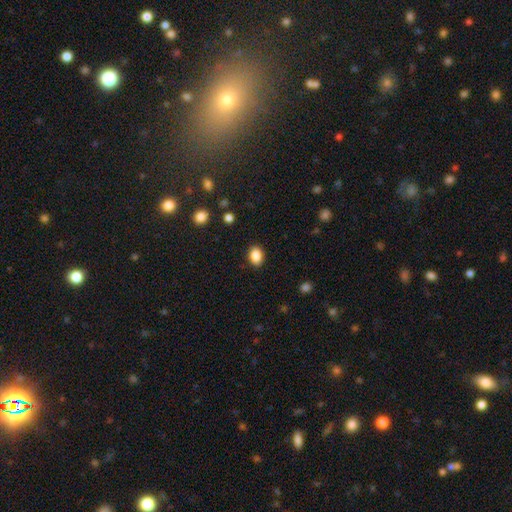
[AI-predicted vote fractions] Q: Smooth or featured?
A: smooth (88%); runner-up: star or artifact (8%)
Q: How rounded?
A: in between (76%); runner-up: round (23%)
Q: Merging?
A: none (89%); runner-up: minor disturbance (8%)